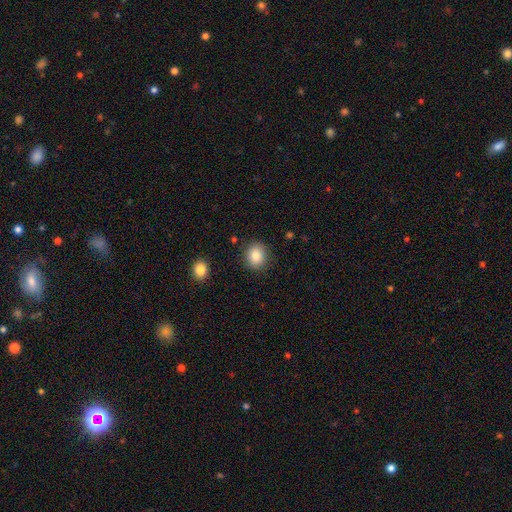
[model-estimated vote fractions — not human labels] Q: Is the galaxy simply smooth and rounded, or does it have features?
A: smooth — 84%.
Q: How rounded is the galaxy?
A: round — 75%.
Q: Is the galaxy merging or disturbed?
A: none — 88%.